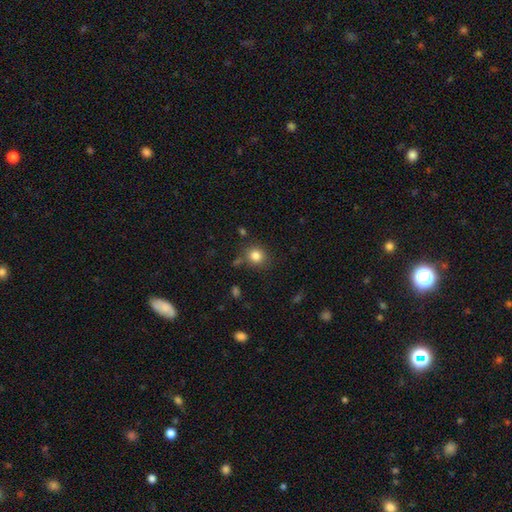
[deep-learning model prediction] smooth-or-featured: smooth: 82% | star or artifact: 12% | featured or disk: 6%
  how-rounded: round: 84% | in between: 15% | cigar-shaped: 1%
  merging: none: 81% | minor disturbance: 11% | merger: 5% | major disturbance: 4%